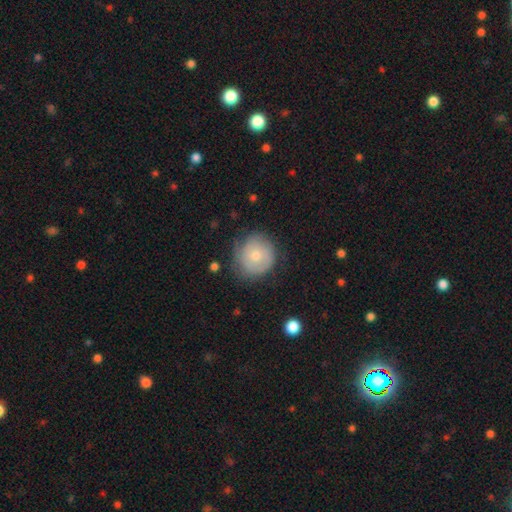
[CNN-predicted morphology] Q: Smooth or featured?
A: smooth (59%); runner-up: featured or disk (35%)
Q: How rounded?
A: round (88%); runner-up: in between (11%)
Q: Merging?
A: none (70%); runner-up: minor disturbance (22%)